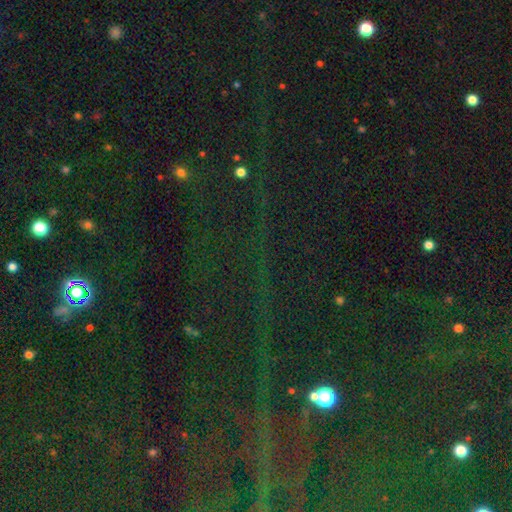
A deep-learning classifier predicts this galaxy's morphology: Smooth or featured? star or artifact (82%)